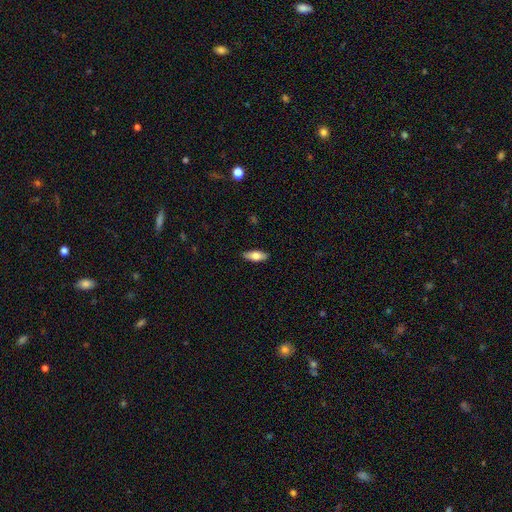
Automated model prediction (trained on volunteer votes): smooth_or_featured: smooth (p=0.72) [alt: featured or disk p=0.22]
how_rounded: in between (p=0.76) [alt: cigar-shaped p=0.22]
merging: none (p=0.88) [alt: minor disturbance p=0.09]